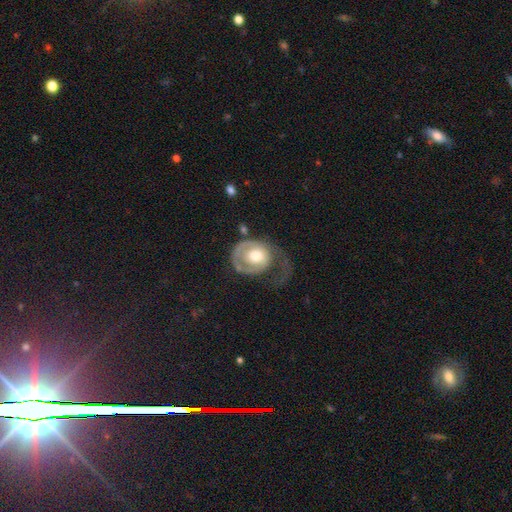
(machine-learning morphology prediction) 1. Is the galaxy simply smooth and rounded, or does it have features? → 63% featured or disk, 32% smooth, 5% star or artifact.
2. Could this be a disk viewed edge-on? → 97% no, 3% yes.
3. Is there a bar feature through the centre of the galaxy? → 81% no, 16% weak, 3% strong.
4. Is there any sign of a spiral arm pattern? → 70% yes, 30% no.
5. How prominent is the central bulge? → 54% moderate, 33% large, 8% small, 4% dominant, 2% none.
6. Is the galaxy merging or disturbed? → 49% major disturbance, 27% none, 20% minor disturbance, 3% merger.